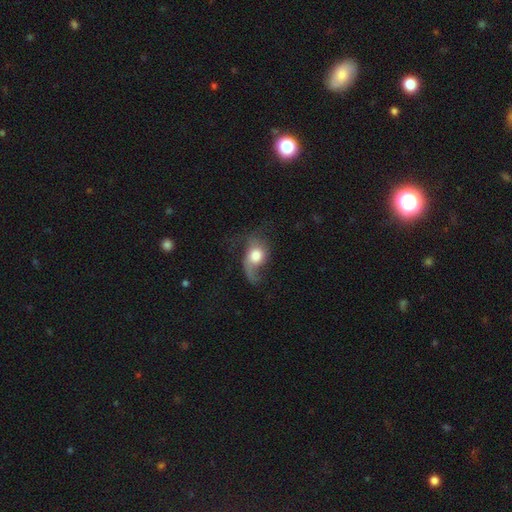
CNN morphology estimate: smooth 50%, featured or disk 41%, star or artifact 8%. Down the decision tree: how rounded — in between (59%); merging — major disturbance (45%).